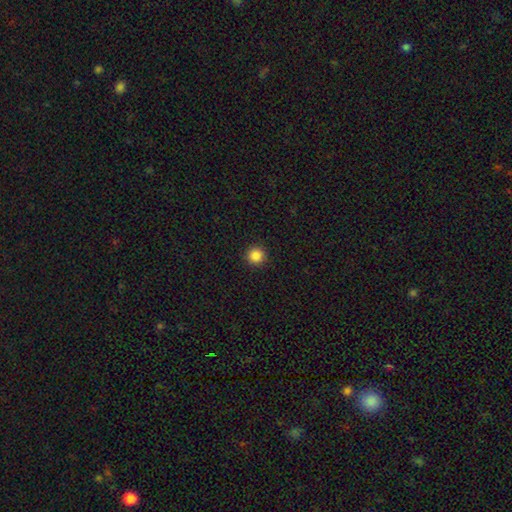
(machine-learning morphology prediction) Overall: smooth (86%). How rounded: round (96%). Merging: none (93%).